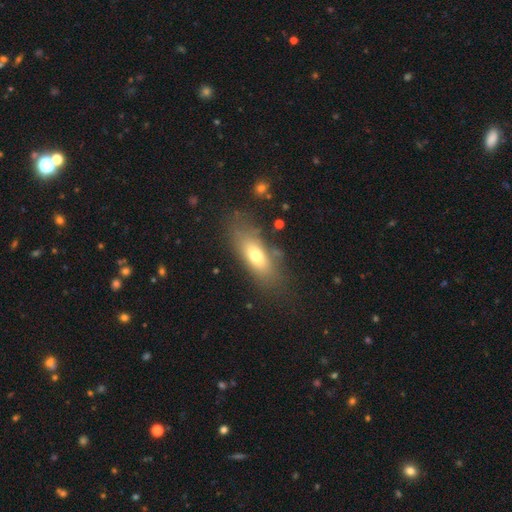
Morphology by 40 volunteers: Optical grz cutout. It shows a smooth galaxy with no disk features (72%) that is in between round and cigar-shaped (52%). Merging: none (77%).